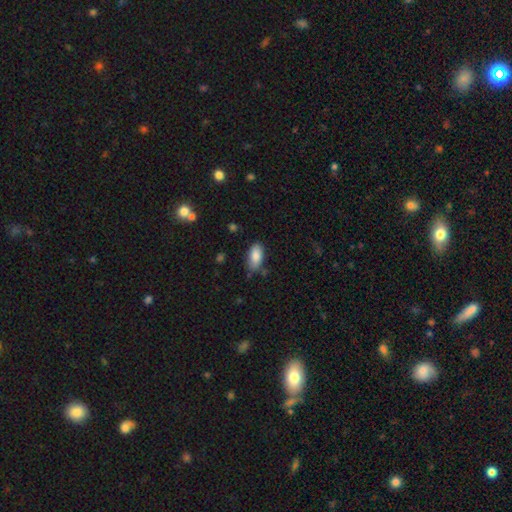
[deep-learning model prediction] Smooth or featured?
  - smooth: 86% *
  - featured or disk: 7%
  - star or artifact: 7%
How rounded?
  - in between: 92% *
  - cigar-shaped: 5%
  - round: 3%
Merging?
  - none: 74% *
  - minor disturbance: 19%
  - major disturbance: 4%
  - merger: 3%